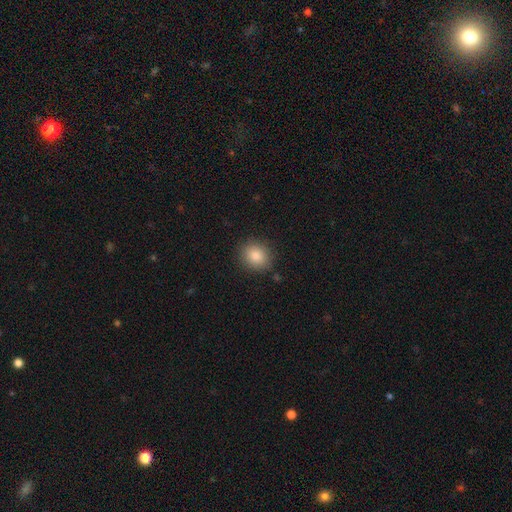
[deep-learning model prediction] This is clearly a smooth galaxy (86%). How rounded: likely round (71%). Merging: clearly none (86%).